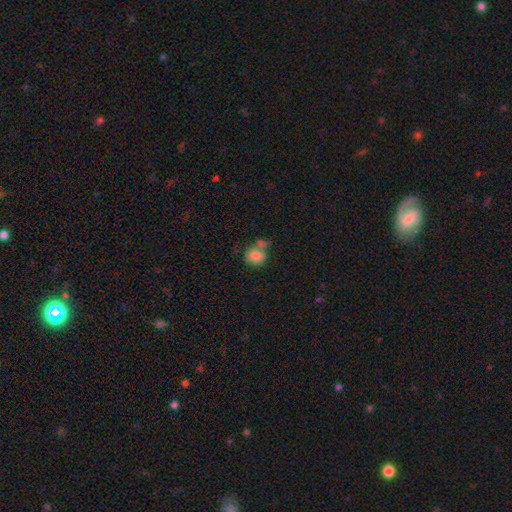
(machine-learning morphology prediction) type=smooth (82%); roundness=round (50%); merging=none (44%).